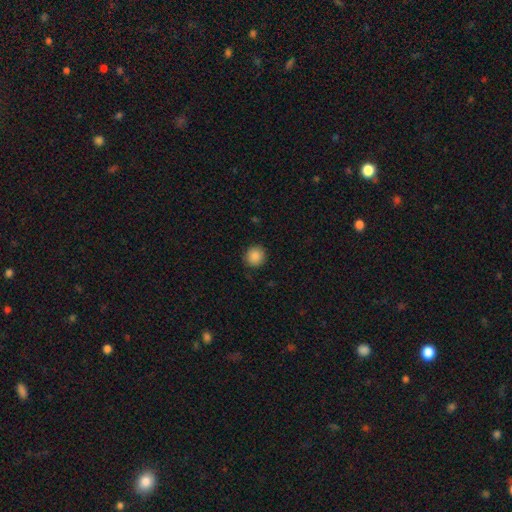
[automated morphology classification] Smooth or featured? smooth (88%)
How rounded? round (90%)
Merging? none (89%)